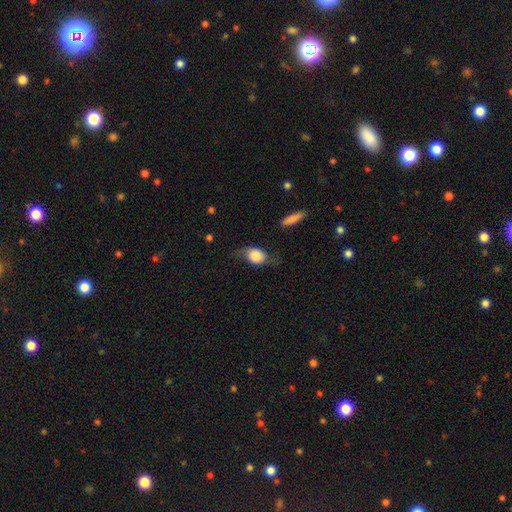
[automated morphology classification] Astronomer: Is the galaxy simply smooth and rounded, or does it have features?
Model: smooth — 67%.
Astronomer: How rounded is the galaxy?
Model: in between — 63%.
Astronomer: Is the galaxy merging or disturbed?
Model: none — 50% (runner-up: minor disturbance, 31%).